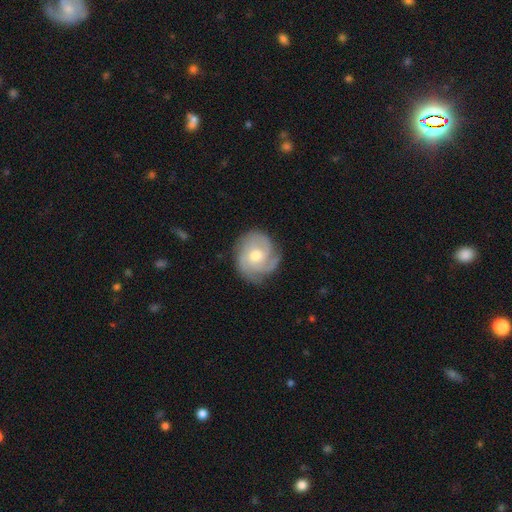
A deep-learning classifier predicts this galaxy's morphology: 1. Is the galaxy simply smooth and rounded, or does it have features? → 79% featured or disk, 16% smooth, 6% star or artifact.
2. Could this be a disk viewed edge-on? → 98% no, 2% yes.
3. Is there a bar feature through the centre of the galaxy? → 73% no, 24% weak, 3% strong.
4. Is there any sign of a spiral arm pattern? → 94% yes, 6% no.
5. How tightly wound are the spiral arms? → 61% tight, 31% medium, 8% loose.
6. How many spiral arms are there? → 43% 3, 21% can't tell, 15% 2, 10% 4, 6% 1, 5% more than 4.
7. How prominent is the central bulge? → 68% moderate, 26% small, 4% large, 1% none, 1% dominant.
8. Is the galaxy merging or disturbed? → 73% none, 19% minor disturbance, 6% major disturbance, 1% merger.